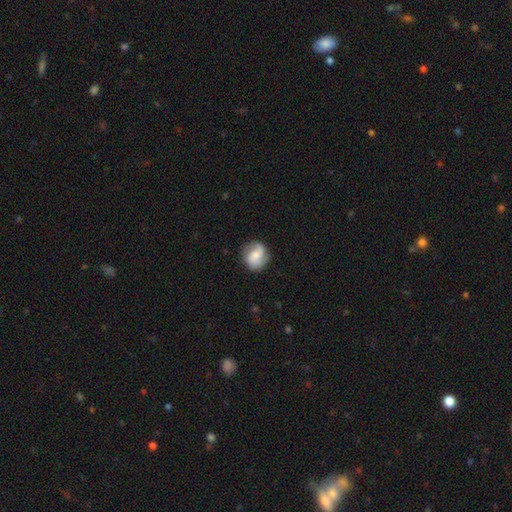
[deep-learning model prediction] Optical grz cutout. It shows a featured or disk galaxy (52%) with no bar (50%), spiral arms (89%) and a small central bulge (44%). Merging: none (78%).